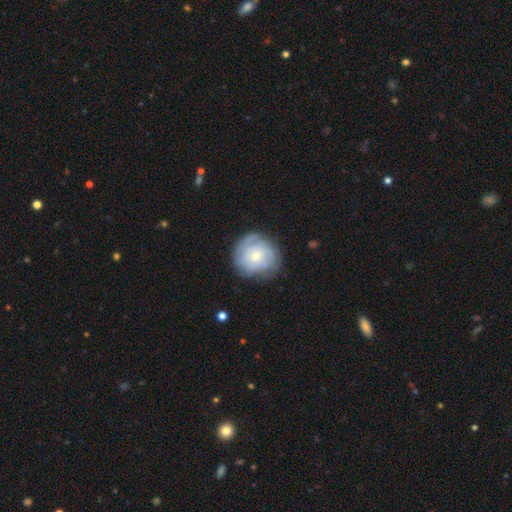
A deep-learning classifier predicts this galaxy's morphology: This is possibly a featured or disk galaxy (48%). Merging: likely none (71%).